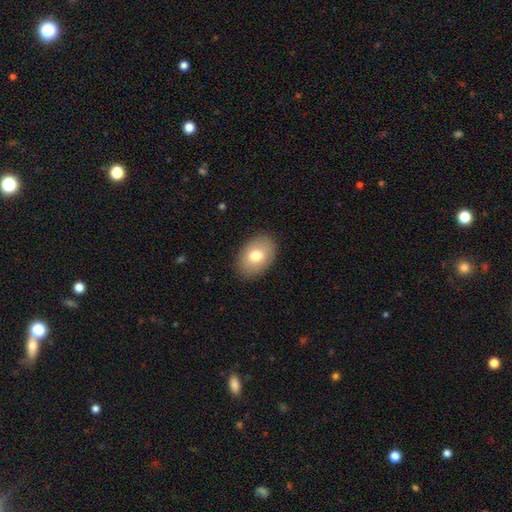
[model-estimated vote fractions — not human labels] Smooth or featured? Predicted: smooth (p=0.76). How rounded? Predicted: in between (p=0.84). Merging? Predicted: none (p=0.87).